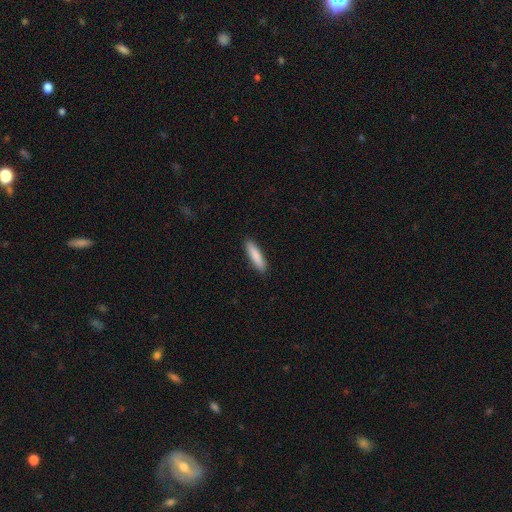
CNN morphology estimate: Smooth or featured: smooth — 86% (featured or disk — 9%)
How rounded: cigar-shaped — 80% (in between — 19%)
Merging: none — 91% (minor disturbance — 7%)